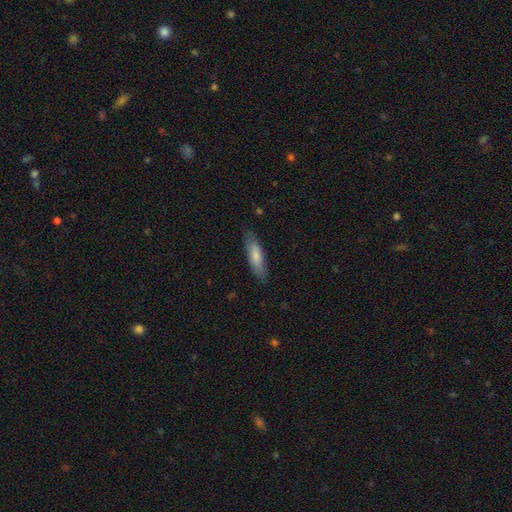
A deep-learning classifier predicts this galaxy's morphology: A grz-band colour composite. It shows a smooth galaxy with no disk features (74%) that is cigar-shaped (56%). Merging: none (81%).